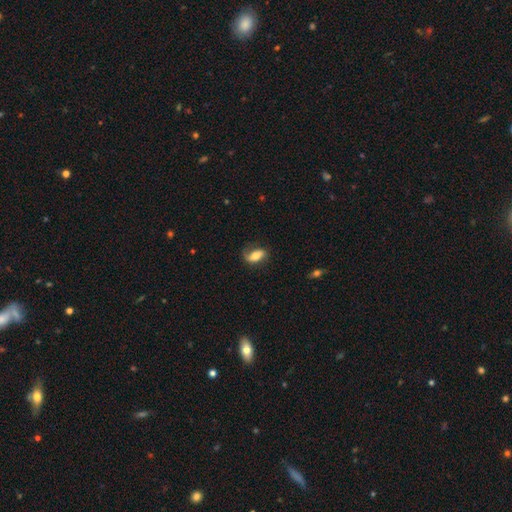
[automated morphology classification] Smooth or featured? smooth (52%)
How rounded? in between (86%)
Merging? none (57%)